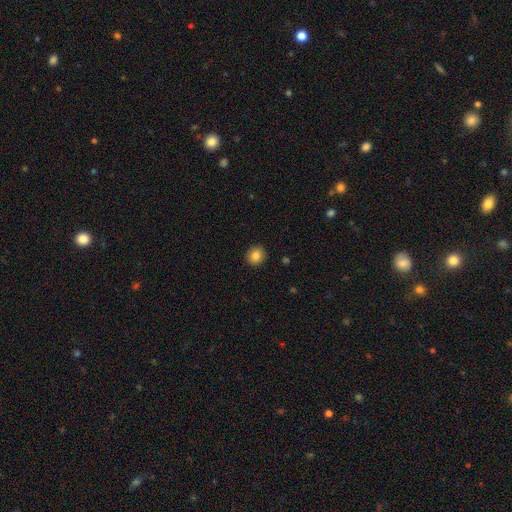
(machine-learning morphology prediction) Smooth or featured? smooth (84%)
How rounded? round (85%)
Merging? none (92%)